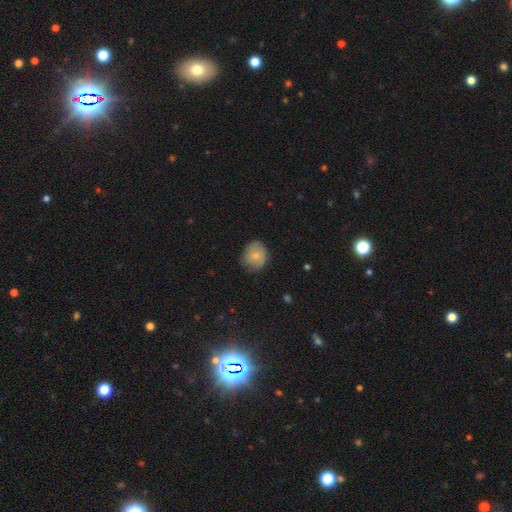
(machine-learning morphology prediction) A smooth galaxy with no disk features (71%) that is round (67%).

Vote fractions:
- Smooth or featured? smooth: 71% / featured or disk: 22% / star or artifact: 8%
- How rounded? round: 67% / in between: 32% / cigar-shaped: 1%
- Merging? none: 69% / minor disturbance: 24% / major disturbance: 5% / merger: 1%